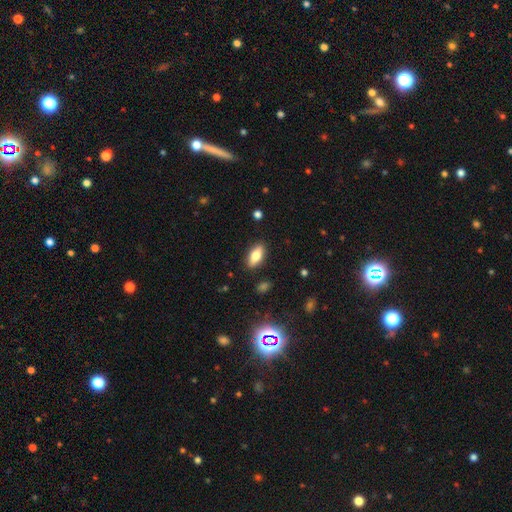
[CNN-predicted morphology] smooth_or_featured: smooth (p=0.70) [alt: featured or disk p=0.21]
how_rounded: in between (p=0.78) [alt: cigar-shaped p=0.18]
merging: none (p=0.87) [alt: minor disturbance p=0.09]